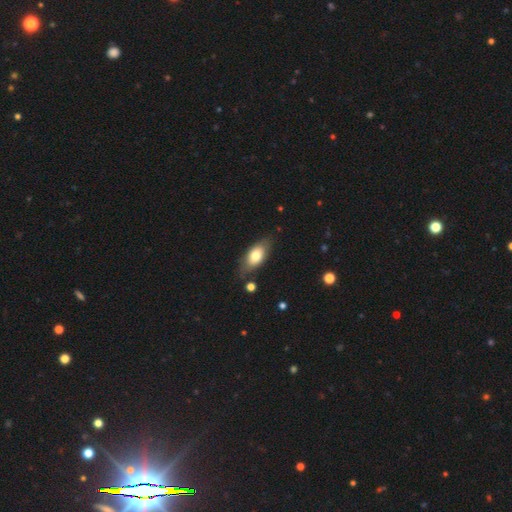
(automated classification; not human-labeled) Morphology: type=smooth (70%); roundness=in between (87%); merging=none (75%).